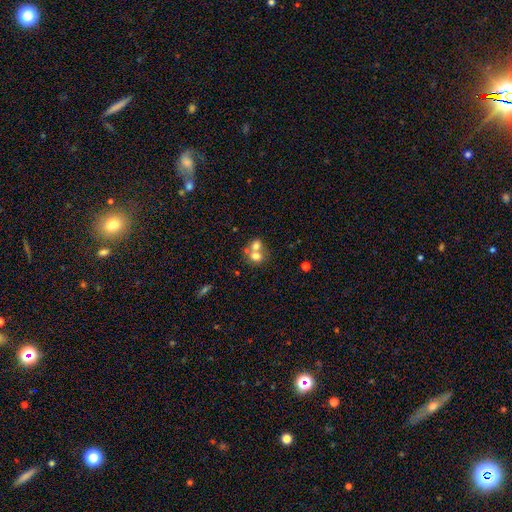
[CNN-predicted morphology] smooth_or_featured: smooth (p=0.68) [alt: featured or disk p=0.22]
how_rounded: round (p=0.65) [alt: in between p=0.34]
merging: merger (p=0.65) [alt: none p=0.26]